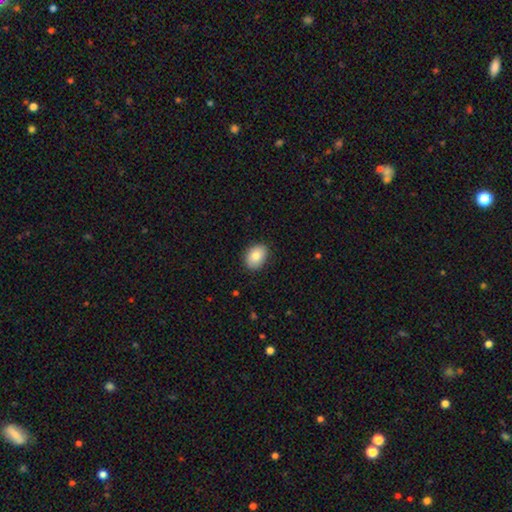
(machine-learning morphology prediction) A smooth galaxy with no disk features (83%) that is in between round and cigar-shaped (76%).

Vote fractions:
- Smooth or featured? smooth: 83% / featured or disk: 9% / star or artifact: 7%
- How rounded? in between: 76% / round: 24% / cigar-shaped: 1%
- Merging? none: 86% / minor disturbance: 11% / major disturbance: 2% / merger: 1%